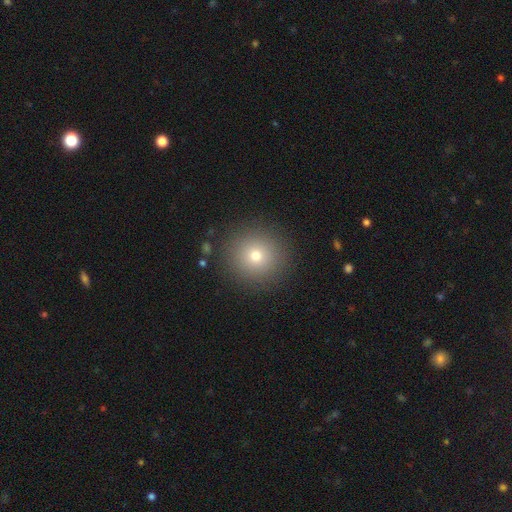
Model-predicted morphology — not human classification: A smooth galaxy with no disk features (73%) that is round (95%).

Vote fractions:
- Smooth or featured? smooth: 73% / star or artifact: 17% / featured or disk: 11%
- How rounded? round: 95% / in between: 4% / cigar-shaped: 1%
- Merging? none: 91% / minor disturbance: 5% / major disturbance: 2% / merger: 2%